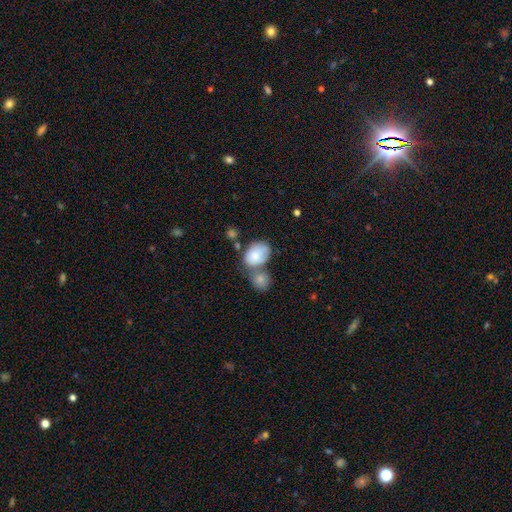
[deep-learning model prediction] smooth-or-featured: smooth: 80% | featured or disk: 13% | star or artifact: 6%
  how-rounded: in between: 78% | round: 21% | cigar-shaped: 1%
  merging: merger: 47% | none: 30% | minor disturbance: 15% | major disturbance: 7%